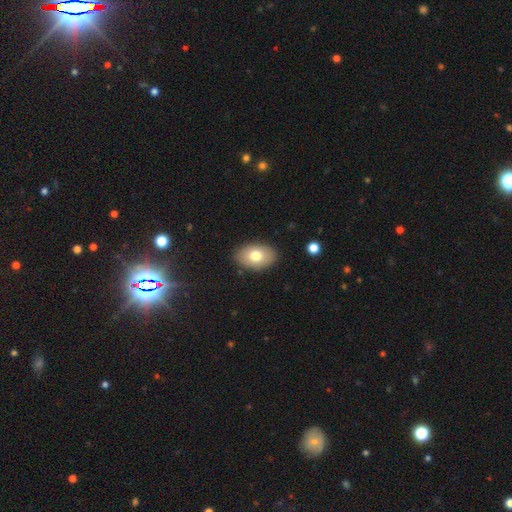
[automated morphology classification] Overall: smooth (76%). How rounded: in between (88%). Merging: none (87%).